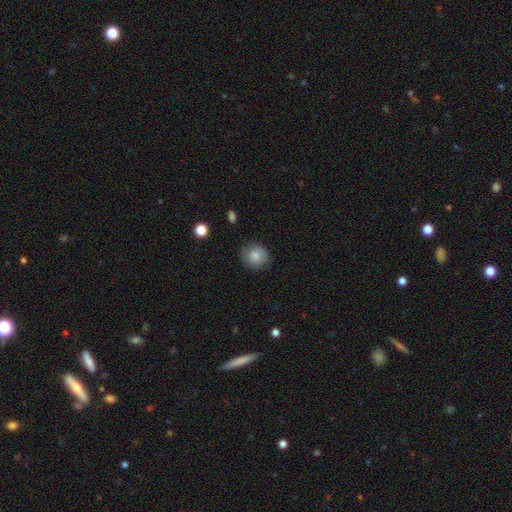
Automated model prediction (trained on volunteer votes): smooth 81%, featured or disk 10%, star or artifact 8%. Down the decision tree: how rounded — round (89%); merging — none (81%).